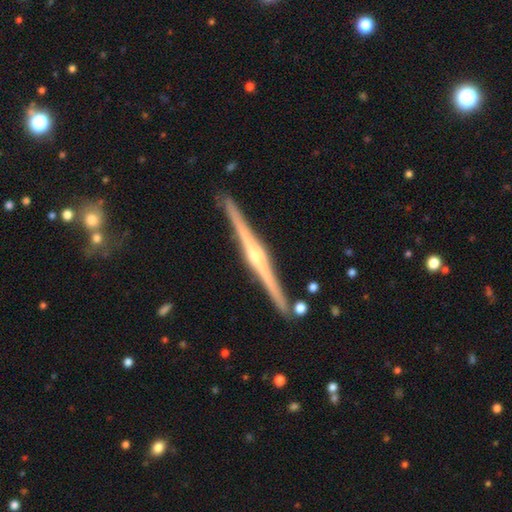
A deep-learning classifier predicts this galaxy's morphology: A featured or disk galaxy (87%) viewed edge-on (99%) with a rounded central bulge (86%).

Vote fractions:
- Smooth or featured? featured or disk: 87% / smooth: 9% / star or artifact: 4%
- Edge-on disk? yes: 99% / no: 1%
- Edge-on bulge? rounded: 86% / none: 8% / boxy: 6%
- Merging? none: 91% / minor disturbance: 6% / merger: 2% / major disturbance: 1%